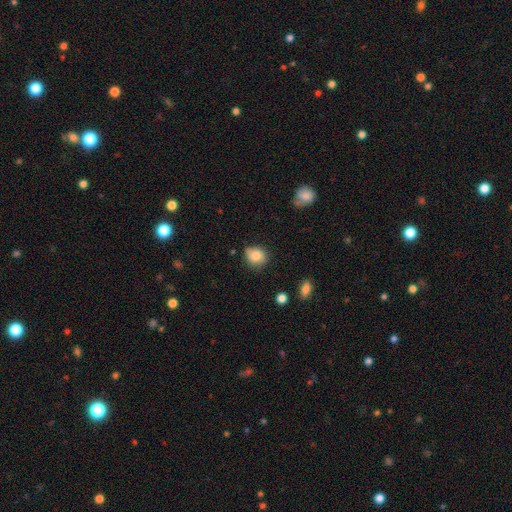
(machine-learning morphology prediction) This is clearly a smooth galaxy (83%). How rounded: likely round (69%). Merging: likely none (65%).